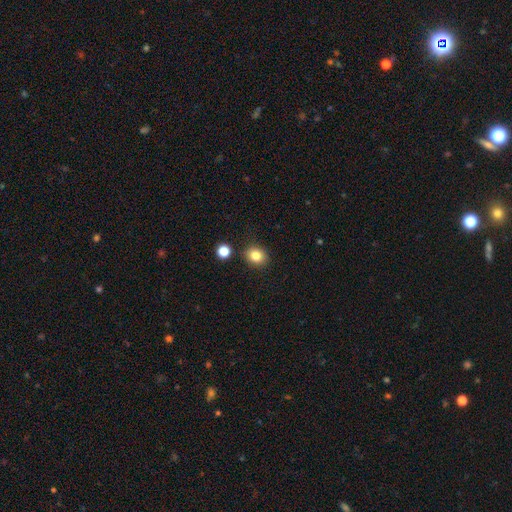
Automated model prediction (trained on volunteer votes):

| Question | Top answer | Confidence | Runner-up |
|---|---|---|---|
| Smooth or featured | smooth | 83% | star or artifact (11%) |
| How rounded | round | 64% | in between (35%) |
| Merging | none | 85% | minor disturbance (9%) |